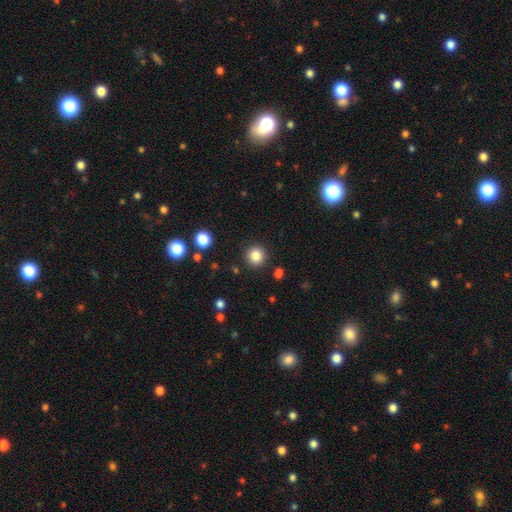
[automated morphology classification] Q: Smooth or featured?
A: smooth (85%); runner-up: star or artifact (10%)
Q: How rounded?
A: round (94%); runner-up: in between (5%)
Q: Merging?
A: none (90%); runner-up: minor disturbance (6%)